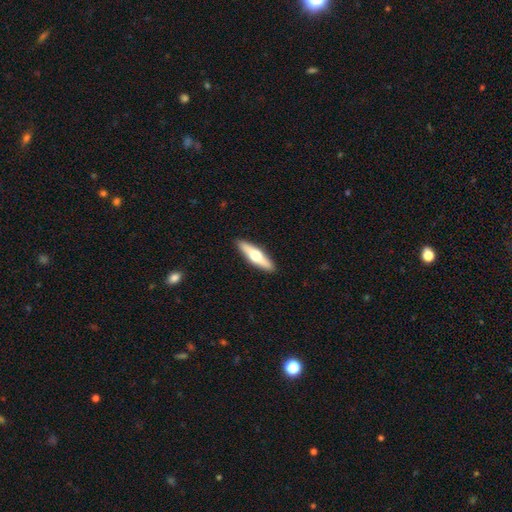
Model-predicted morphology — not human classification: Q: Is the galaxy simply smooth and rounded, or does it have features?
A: featured or disk — 51%.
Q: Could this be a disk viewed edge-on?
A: yes — 92%.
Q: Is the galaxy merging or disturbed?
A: none — 91%.